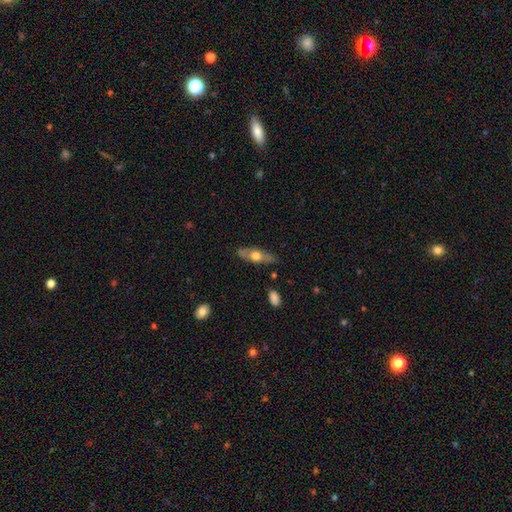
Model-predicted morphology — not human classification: A smooth galaxy with no disk features (49%). Merging: none (77%).